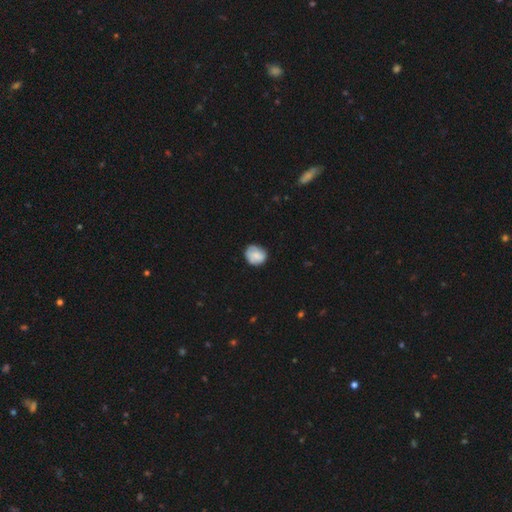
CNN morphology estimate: Q: Smooth or featured?
A: smooth (76%); runner-up: featured or disk (16%)
Q: How rounded?
A: round (74%); runner-up: in between (25%)
Q: Merging?
A: none (70%); runner-up: minor disturbance (24%)